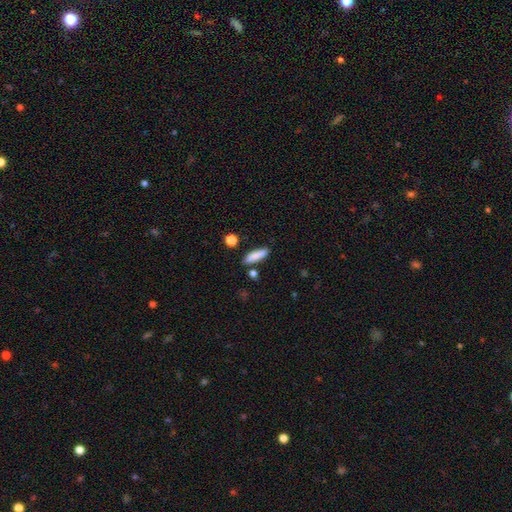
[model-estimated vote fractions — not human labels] This is clearly a smooth galaxy (85%). How rounded: likely cigar-shaped (65%). Merging: clearly none (81%).